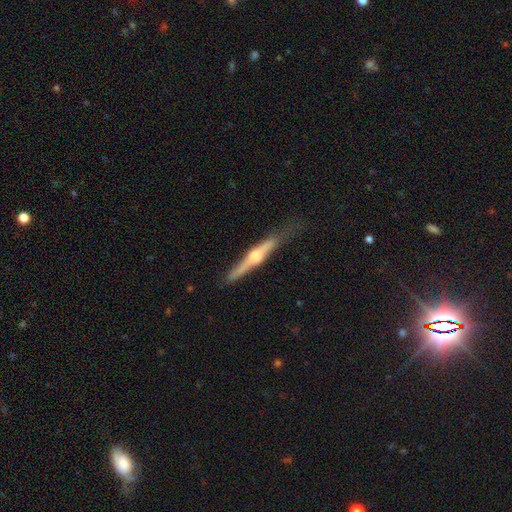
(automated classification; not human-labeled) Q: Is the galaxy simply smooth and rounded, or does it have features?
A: featured or disk — 69%.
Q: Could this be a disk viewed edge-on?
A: yes — 96%.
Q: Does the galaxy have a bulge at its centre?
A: rounded — 86%.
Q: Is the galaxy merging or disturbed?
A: none — 69%.